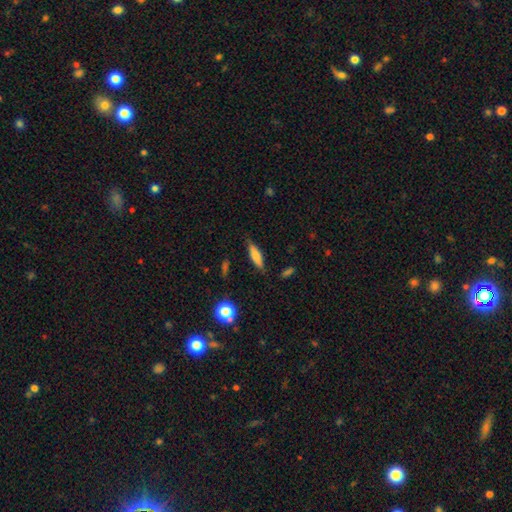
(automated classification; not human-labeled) A smooth galaxy with no disk features (69%) that is cigar-shaped (60%).

Vote fractions:
- Smooth or featured? smooth: 69% / featured or disk: 23% / star or artifact: 8%
- How rounded? cigar-shaped: 60% / in between: 38% / round: 3%
- Merging? none: 79% / minor disturbance: 16% / major disturbance: 3% / merger: 2%